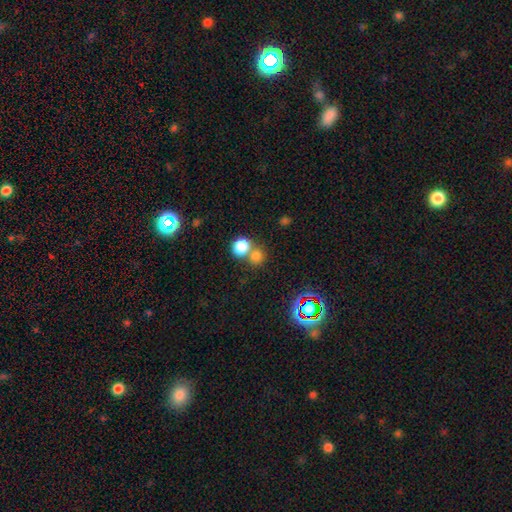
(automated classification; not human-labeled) The model was most divided on "merging": none: 47%, merger: 44%, minor disturbance: 6%, major disturbance: 3%. More confident: how rounded — round (82%); smooth or featured — smooth (78%).